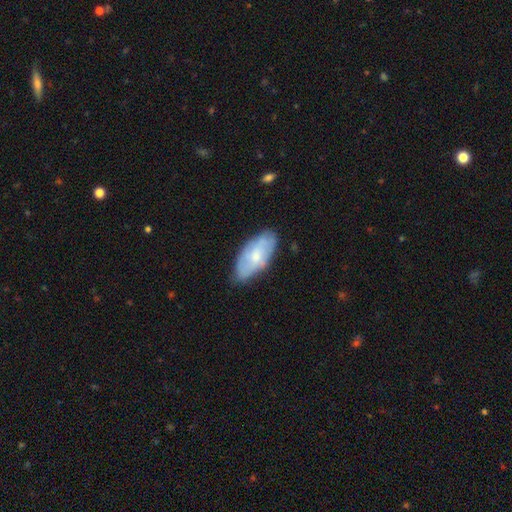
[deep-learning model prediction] This appears to be a smooth galaxy with no disk features (53%) that is in between round and cigar-shaped (91%). Merging: none (73%).